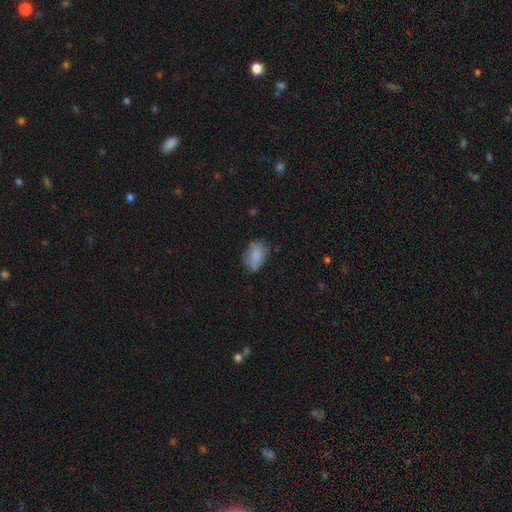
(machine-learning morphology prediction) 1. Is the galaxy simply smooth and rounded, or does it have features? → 81% smooth, 10% featured or disk, 8% star or artifact.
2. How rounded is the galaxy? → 88% in between, 10% round, 2% cigar-shaped.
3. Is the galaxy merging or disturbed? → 65% none, 26% minor disturbance, 7% major disturbance, 2% merger.